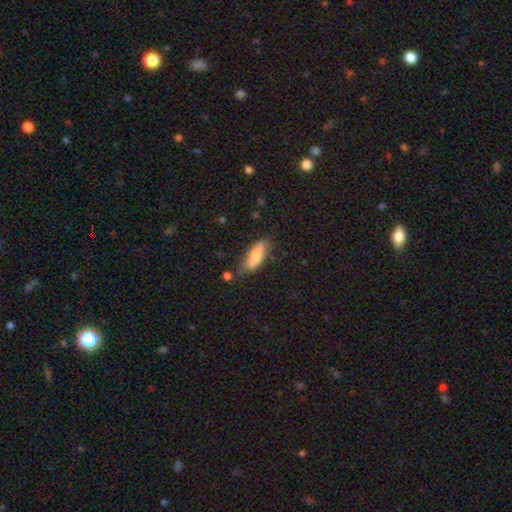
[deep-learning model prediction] Overall: smooth (71%). How rounded: in between (63%; cigar-shaped 35%). Merging: none (67%).